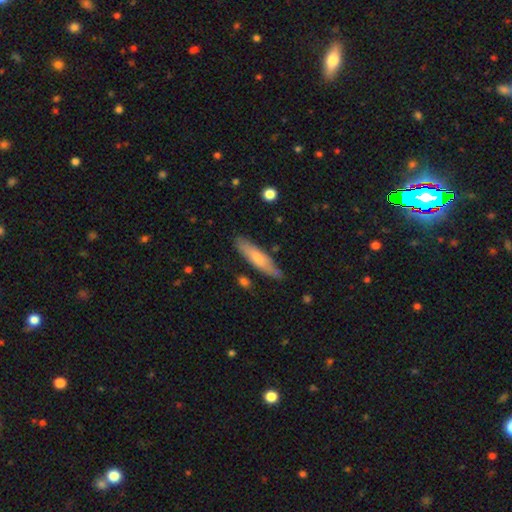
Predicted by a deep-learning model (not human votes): smooth_or_featured: smooth (p=0.60) [alt: featured or disk p=0.34]
how_rounded: cigar-shaped (p=0.80) [alt: in between p=0.19]
merging: none (p=0.82) [alt: minor disturbance p=0.13]